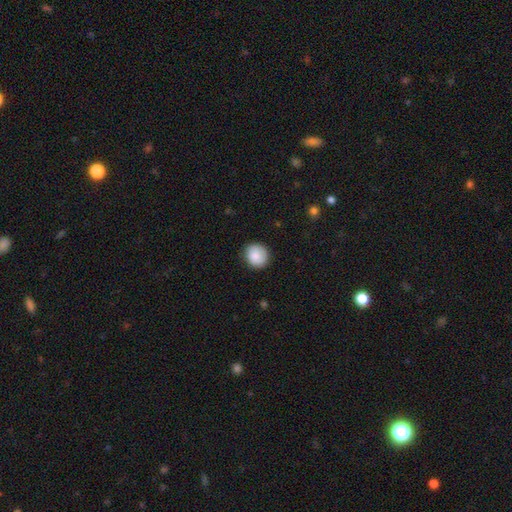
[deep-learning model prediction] Morphology: type=smooth (86%); roundness=round (83%); merging=none (86%).